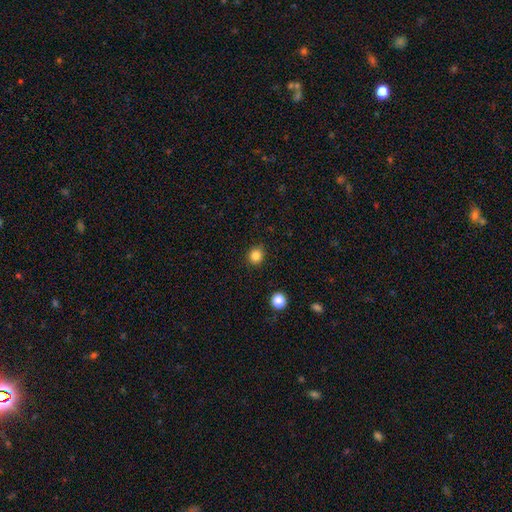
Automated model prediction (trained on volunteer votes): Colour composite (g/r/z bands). It shows a smooth galaxy with no disk features (85%) that is round (82%). Merging: none (89%).